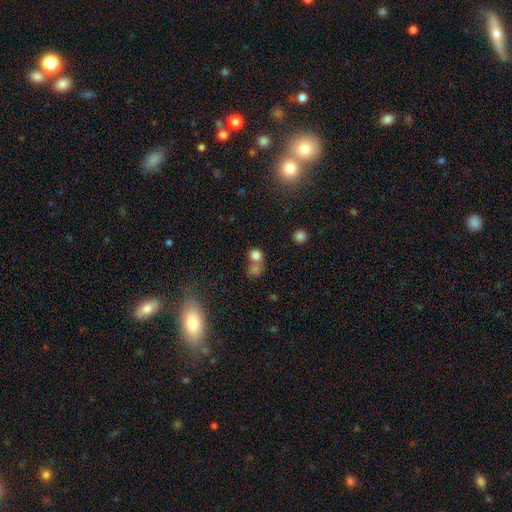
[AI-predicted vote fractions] Smooth or featured? Predicted: smooth (p=0.77). How rounded? Predicted: round (p=0.68). Merging? Predicted: merger (p=0.52).